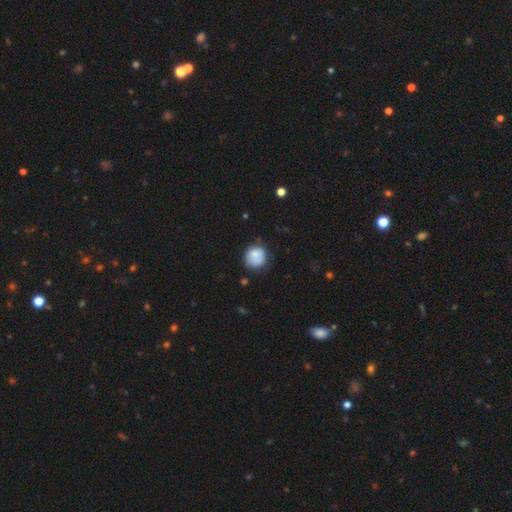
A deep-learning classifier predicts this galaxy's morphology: This appears to be a smooth galaxy with no disk features (82%) that is round (81%). Merging: none (63%).